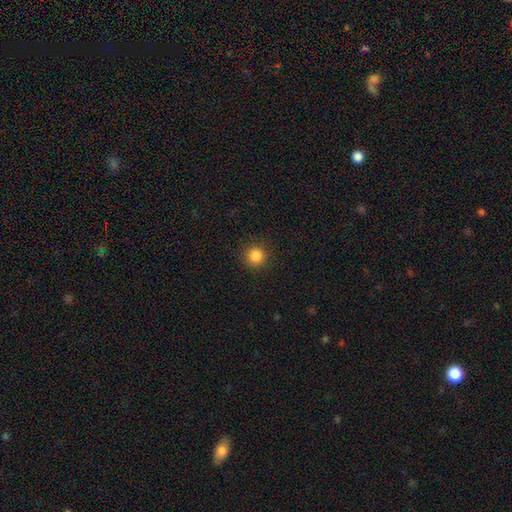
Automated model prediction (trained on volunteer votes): Smooth or featured: smooth — 85% (star or artifact — 12%)
How rounded: round — 95% (in between — 4%)
Merging: none — 91% (minor disturbance — 6%)